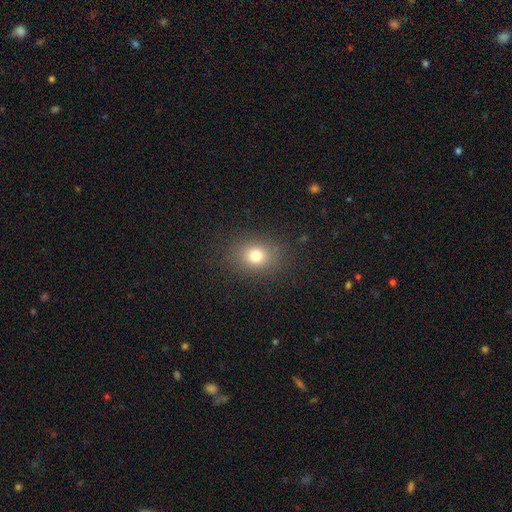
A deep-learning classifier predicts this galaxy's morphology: Overall: smooth (77%). How rounded: round (50%; in between 49%). Merging: none (85%).